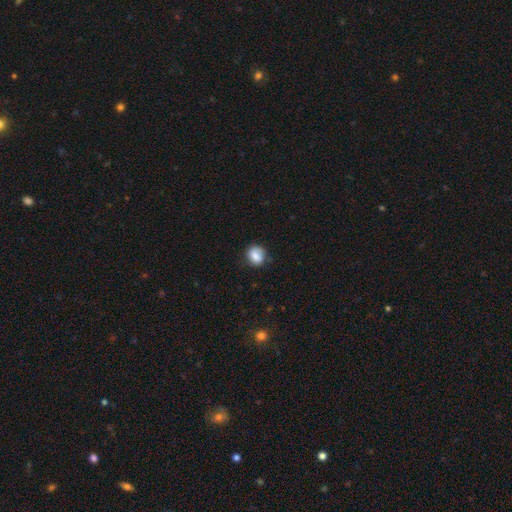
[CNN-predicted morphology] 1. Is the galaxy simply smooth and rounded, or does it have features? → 77% smooth, 14% featured or disk, 9% star or artifact.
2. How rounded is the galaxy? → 69% round, 30% in between, 1% cigar-shaped.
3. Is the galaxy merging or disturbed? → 71% none, 21% minor disturbance, 6% major disturbance, 2% merger.